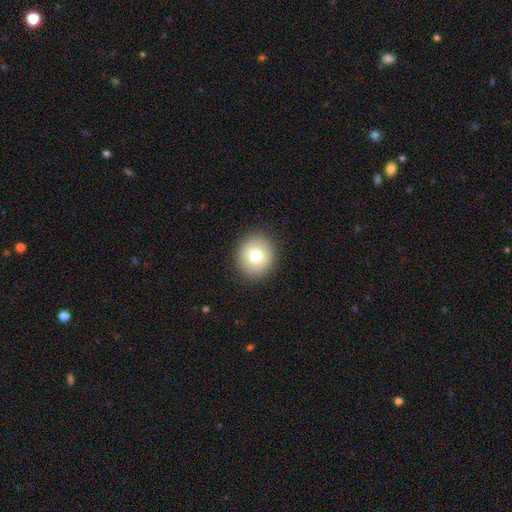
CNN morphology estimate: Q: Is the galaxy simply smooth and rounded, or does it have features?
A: smooth — 75%.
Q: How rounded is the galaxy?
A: round — 82%.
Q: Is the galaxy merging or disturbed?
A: none — 90%.